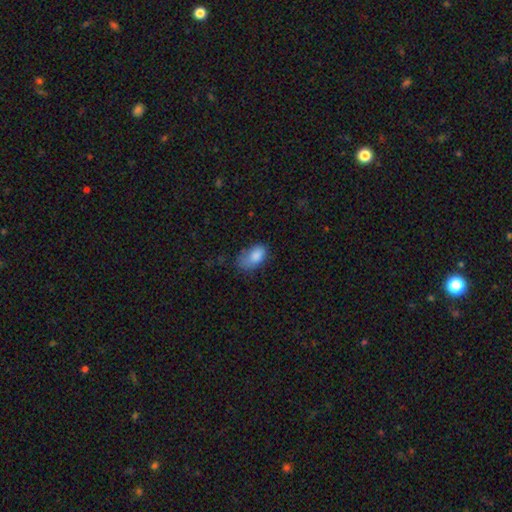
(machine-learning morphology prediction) This appears to be a smooth galaxy with no disk features (83%) that is in between round and cigar-shaped (91%). Merging: none (40%).